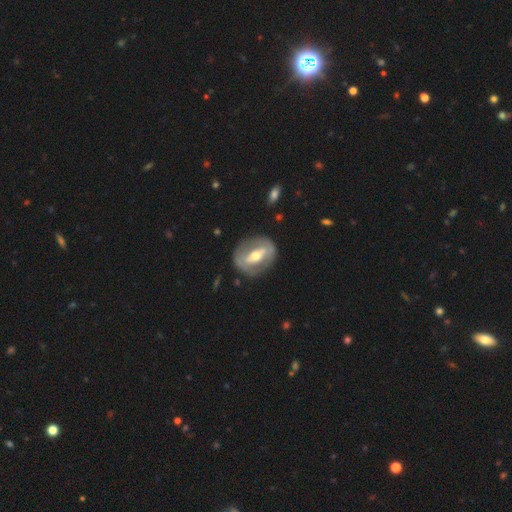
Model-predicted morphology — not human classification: featured or disk 71%, smooth 24%, star or artifact 5%. Down the decision tree: edge-on disk — no (89%); bar — strong (62%); spiral arms — no (64%); bulge size — moderate (69%); merging — none (80%).